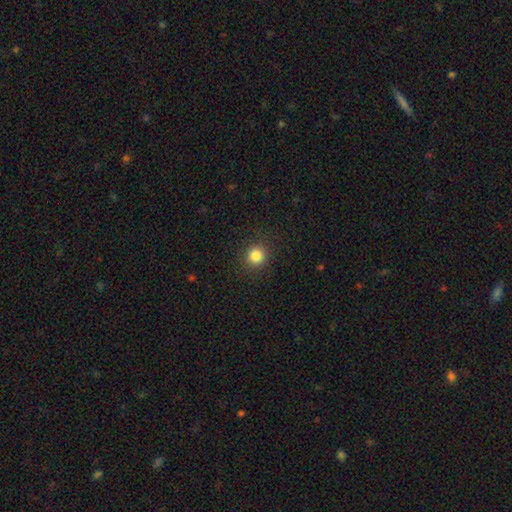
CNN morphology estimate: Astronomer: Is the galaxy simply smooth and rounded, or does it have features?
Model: smooth — 84%.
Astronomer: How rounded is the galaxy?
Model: round — 93%.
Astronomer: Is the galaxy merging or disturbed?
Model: none — 91%.